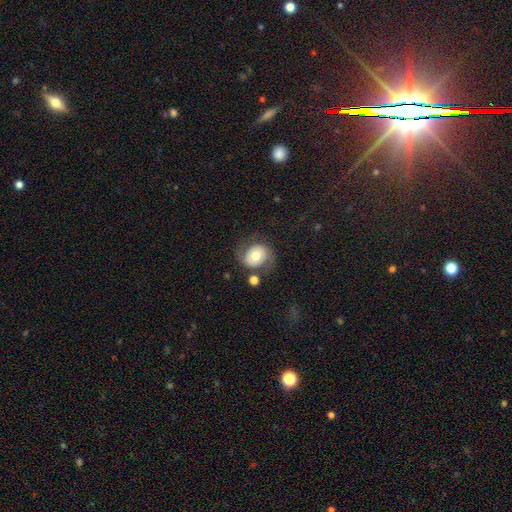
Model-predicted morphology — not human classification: A smooth galaxy with no disk features (54%) that is round (68%).

Vote fractions:
- Smooth or featured? smooth: 54% / featured or disk: 37% / star or artifact: 8%
- How rounded? round: 68% / in between: 31% / cigar-shaped: 1%
- Merging? none: 60% / minor disturbance: 20% / major disturbance: 14% / merger: 6%